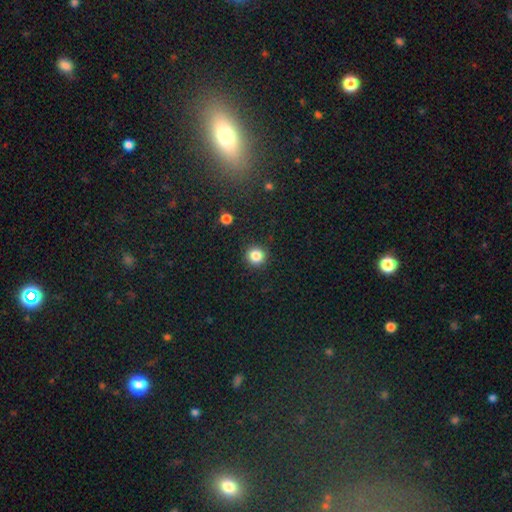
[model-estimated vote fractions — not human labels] A smooth galaxy with no disk features (84%) that is round (93%).

Vote fractions:
- Smooth or featured? smooth: 84% / star or artifact: 11% / featured or disk: 4%
- How rounded? round: 93% / in between: 6% / cigar-shaped: 1%
- Merging? none: 91% / minor disturbance: 6% / major disturbance: 2% / merger: 1%